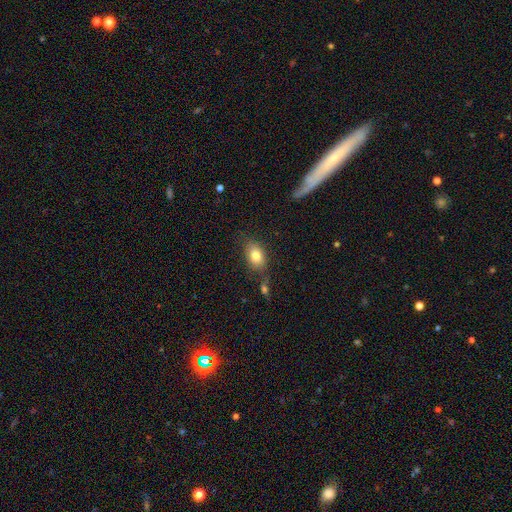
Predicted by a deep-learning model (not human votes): Overall: smooth (81%). How rounded: in between (79%). Merging: none (73%).